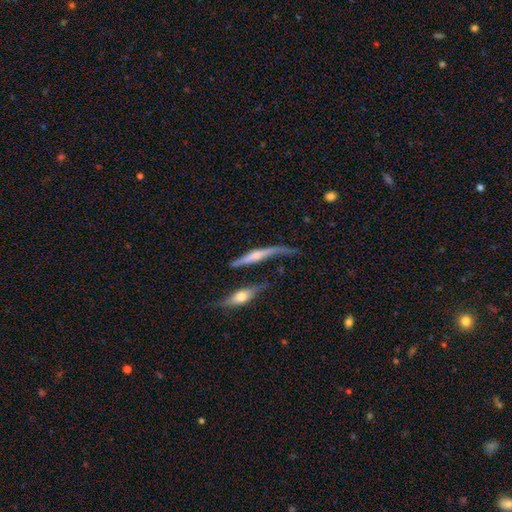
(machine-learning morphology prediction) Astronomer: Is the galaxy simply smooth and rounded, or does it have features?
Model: featured or disk — 57% (runner-up: smooth, 36%).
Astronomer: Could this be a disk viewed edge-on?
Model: yes — 86%.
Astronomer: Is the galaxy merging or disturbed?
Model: none — 49%.